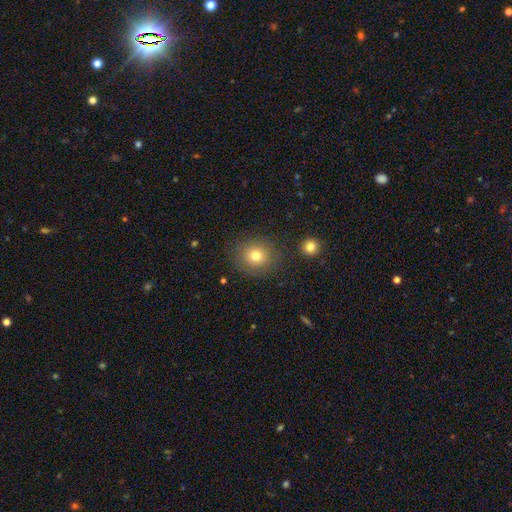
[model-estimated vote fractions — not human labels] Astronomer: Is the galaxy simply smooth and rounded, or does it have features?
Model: smooth — 76%.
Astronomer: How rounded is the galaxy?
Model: round — 82%.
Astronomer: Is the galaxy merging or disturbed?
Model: none — 84%.